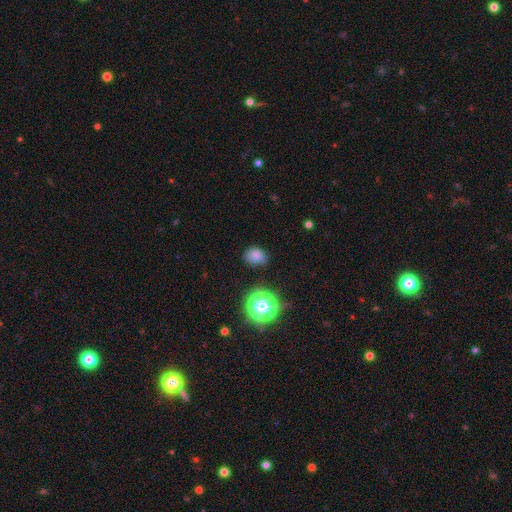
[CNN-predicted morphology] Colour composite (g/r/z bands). It shows a smooth galaxy with no disk features (74%) that is round (52%). Merging: none (76%).